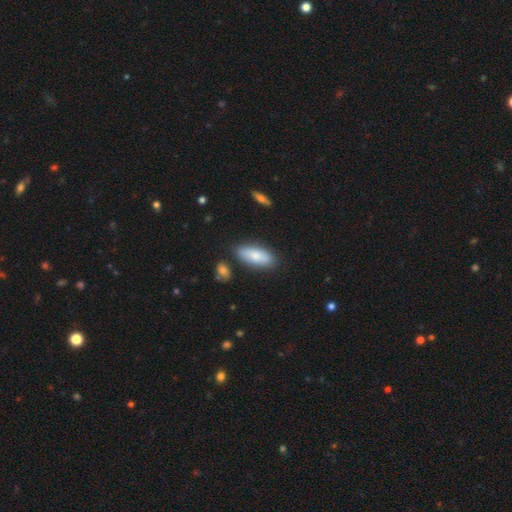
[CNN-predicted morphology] smooth-or-featured: smooth: 79% | featured or disk: 16% | star or artifact: 6%
  how-rounded: in between: 78% | cigar-shaped: 20% | round: 2%
  merging: none: 81% | minor disturbance: 12% | merger: 4% | major disturbance: 3%